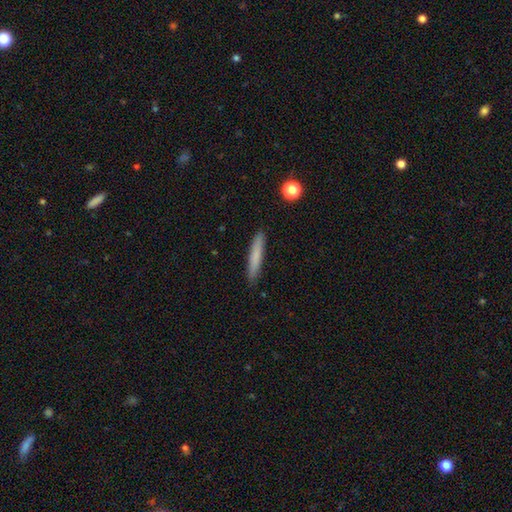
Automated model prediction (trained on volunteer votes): This appears to be a smooth galaxy with no disk features (76%) that is cigar-shaped (94%). Merging: none (90%).